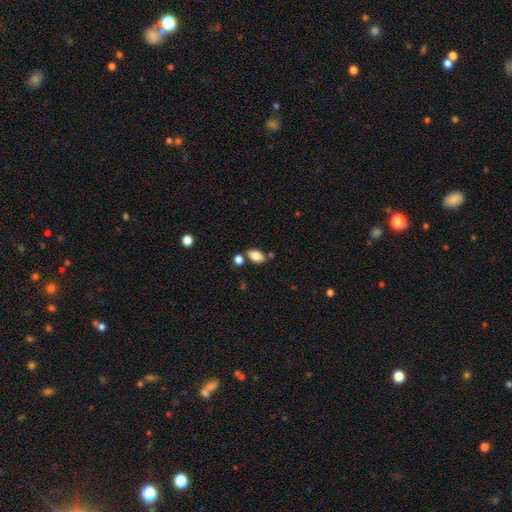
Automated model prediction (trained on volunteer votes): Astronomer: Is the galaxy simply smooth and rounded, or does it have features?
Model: smooth — 83%.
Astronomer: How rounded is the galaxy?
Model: in between — 90%.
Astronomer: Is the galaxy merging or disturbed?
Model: none — 72%.